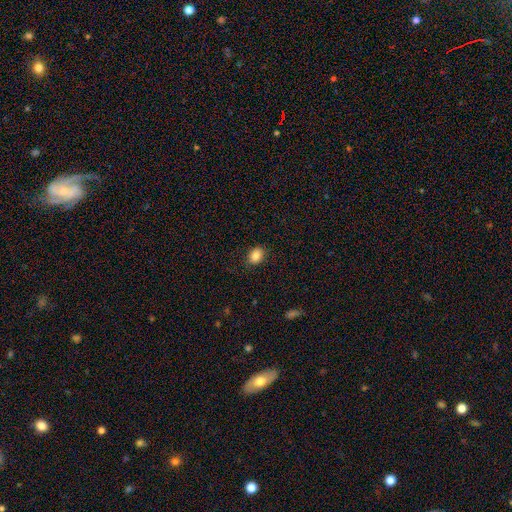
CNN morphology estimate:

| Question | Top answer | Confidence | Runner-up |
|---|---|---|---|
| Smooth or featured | smooth | 87% | star or artifact (9%) |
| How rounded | in between | 64% | round (35%) |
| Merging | none | 86% | minor disturbance (10%) |